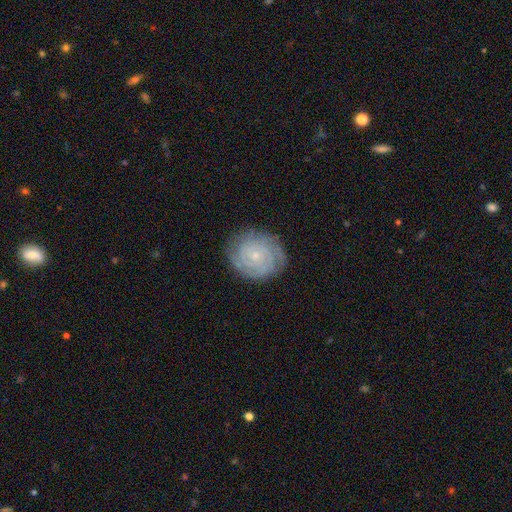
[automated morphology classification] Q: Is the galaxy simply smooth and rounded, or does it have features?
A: featured or disk — 80%.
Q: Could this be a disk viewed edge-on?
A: no — 98%.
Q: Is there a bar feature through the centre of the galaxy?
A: no — 79%.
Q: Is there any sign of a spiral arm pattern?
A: yes — 96%.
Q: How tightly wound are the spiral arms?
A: tight — 83%.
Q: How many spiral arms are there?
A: can't tell — 29%.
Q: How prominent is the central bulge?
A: small — 82%.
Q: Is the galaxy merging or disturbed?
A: none — 82%.